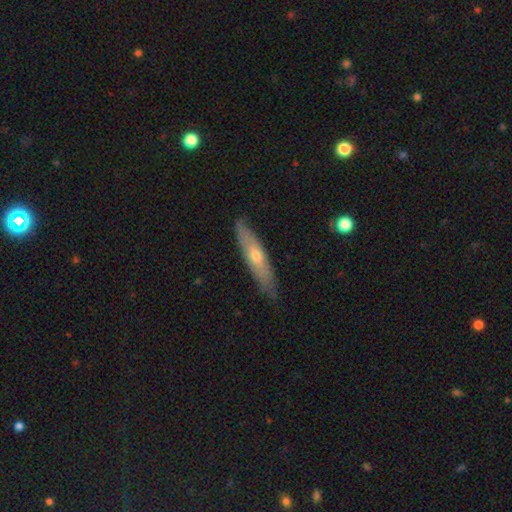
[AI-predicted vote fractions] Overall: featured or disk (53%; smooth 41%). Edge-on disk: yes (73%). Merging: none (84%).